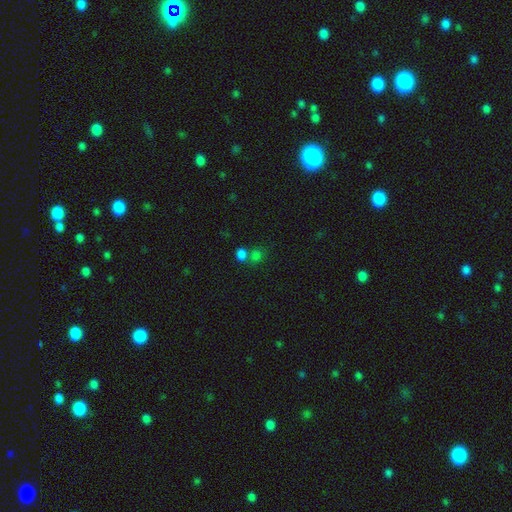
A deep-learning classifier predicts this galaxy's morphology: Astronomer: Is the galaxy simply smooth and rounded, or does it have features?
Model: smooth — 75%.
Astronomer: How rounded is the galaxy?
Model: round — 57% (runner-up: in between, 42%).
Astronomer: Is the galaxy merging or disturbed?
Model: none — 44% (runner-up: merger, 43%).